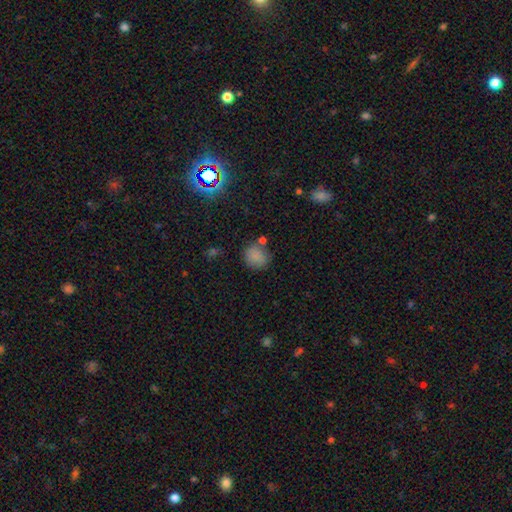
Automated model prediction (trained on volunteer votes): Morphology: type=smooth (82%); roundness=round (81%); merging=none (68%).